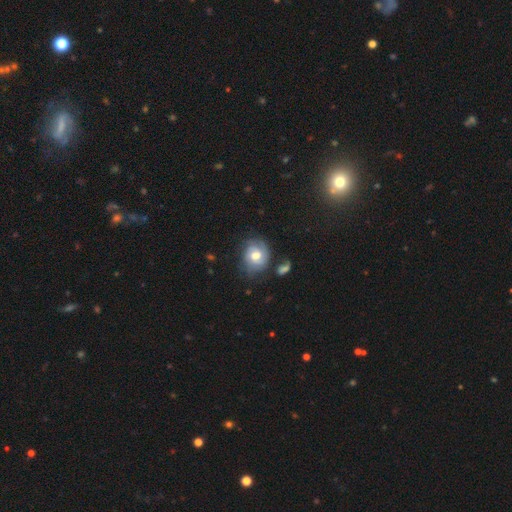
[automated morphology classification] featured or disk 57%, smooth 35%, star or artifact 8%. Down the decision tree: edge-on disk — no (97%); bar — no (60%); spiral arms — yes (81%); bulge size — moderate (64%); merging — none (63%).